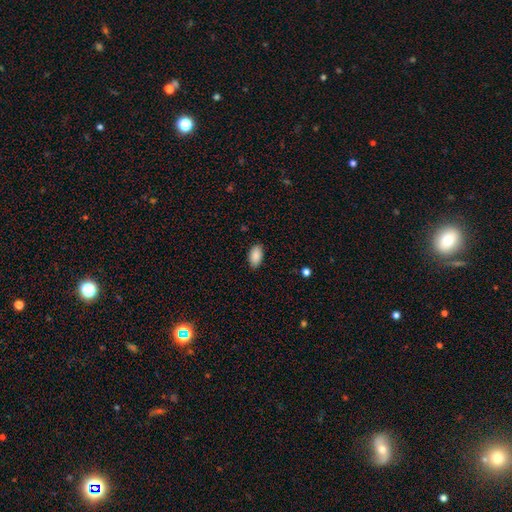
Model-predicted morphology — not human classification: This appears to be a smooth galaxy with no disk features (90%) that is in between round and cigar-shaped (94%). Merging: none (86%).